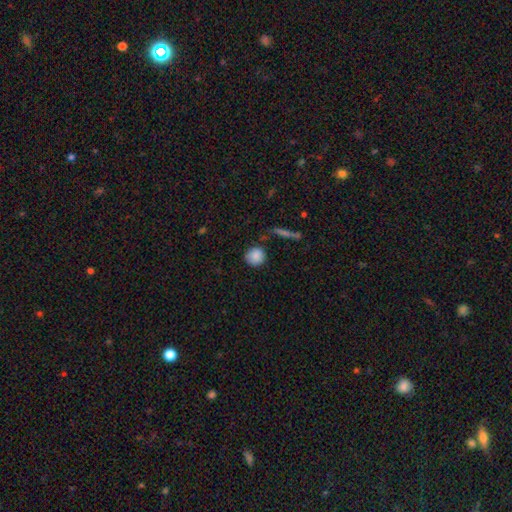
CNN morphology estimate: Smooth or featured? Predicted: smooth (p=0.86). How rounded? Predicted: round (p=0.88). Merging? Predicted: none (p=0.83).